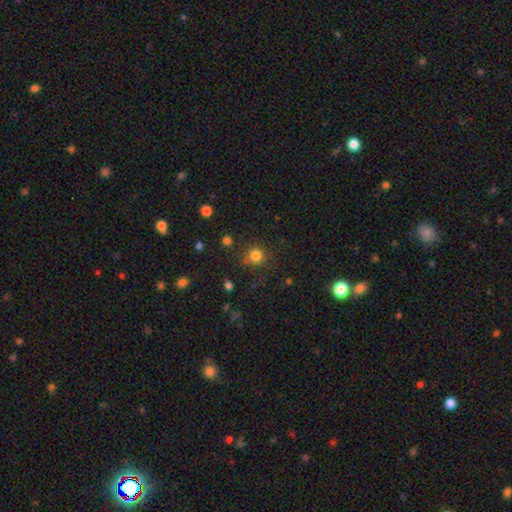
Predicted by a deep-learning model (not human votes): This is clearly a smooth galaxy (80%). How rounded: clearly round (91%). Merging: likely none (79%).